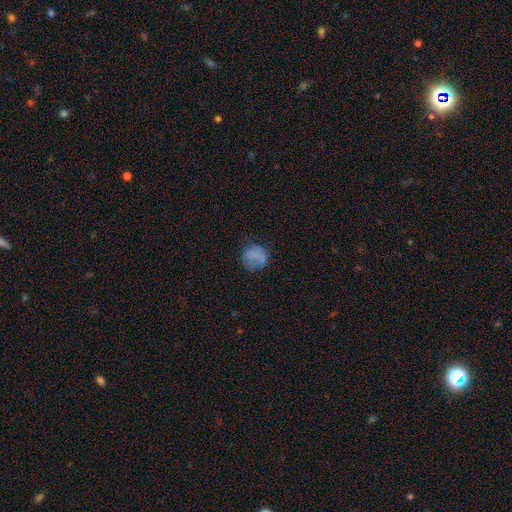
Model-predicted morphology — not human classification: Smooth or featured: smooth — 75% (featured or disk — 14%)
How rounded: round — 85% (in between — 14%)
Merging: none — 67% (minor disturbance — 20%)